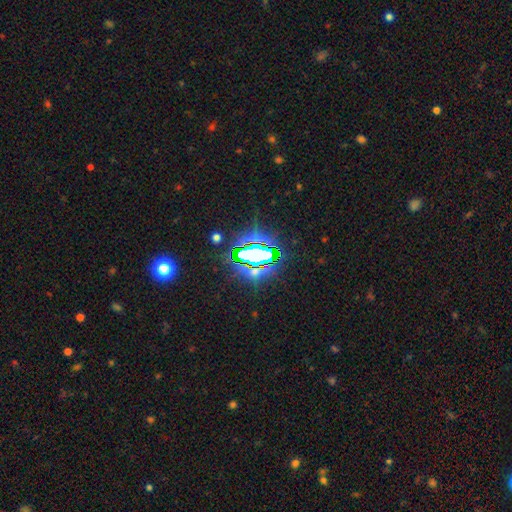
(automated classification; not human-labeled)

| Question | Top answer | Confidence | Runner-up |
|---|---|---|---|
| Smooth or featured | star or artifact | 72% | smooth (16%) |